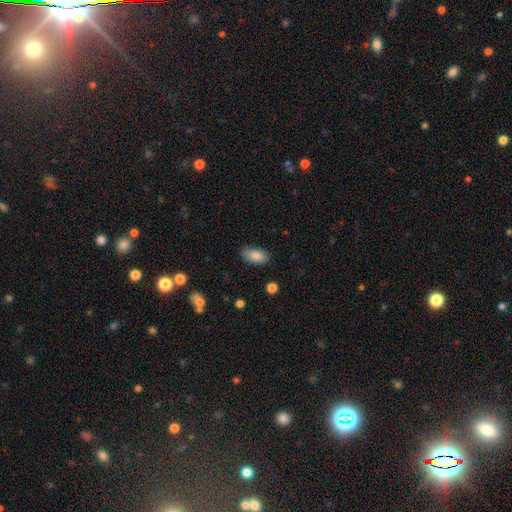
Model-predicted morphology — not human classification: Smooth or featured? smooth (86%)
How rounded? in between (92%)
Merging? none (83%)